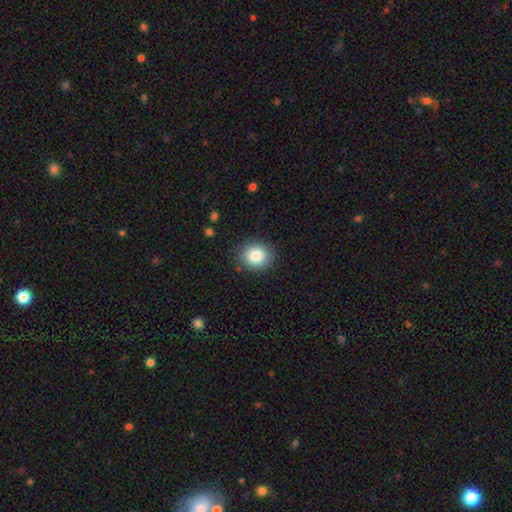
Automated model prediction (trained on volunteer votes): Morphology: type=smooth (84%); roundness=round (78%); merging=none (88%).